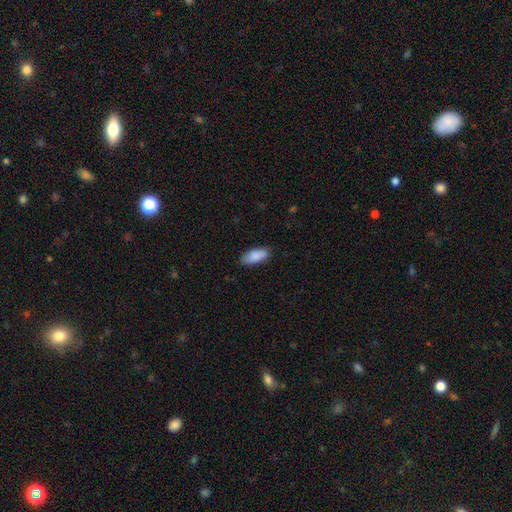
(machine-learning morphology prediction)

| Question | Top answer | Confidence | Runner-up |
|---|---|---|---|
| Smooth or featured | smooth | 88% | featured or disk (6%) |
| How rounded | in between | 85% | cigar-shaped (13%) |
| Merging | none | 84% | minor disturbance (12%) |